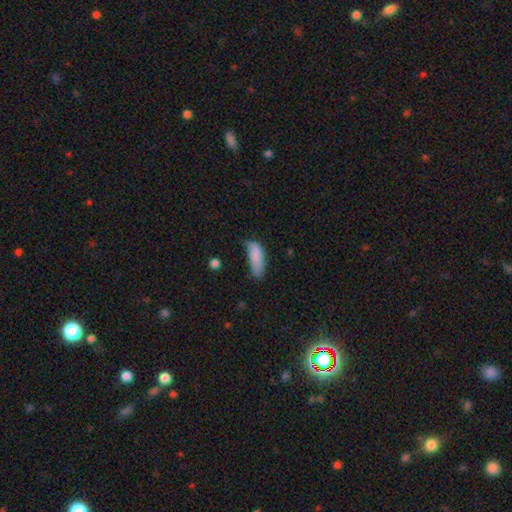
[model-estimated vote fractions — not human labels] Q: Smooth or featured?
A: smooth (82%); runner-up: featured or disk (11%)
Q: How rounded?
A: in between (65%); runner-up: cigar-shaped (33%)
Q: Merging?
A: minor disturbance (40%); runner-up: none (39%)